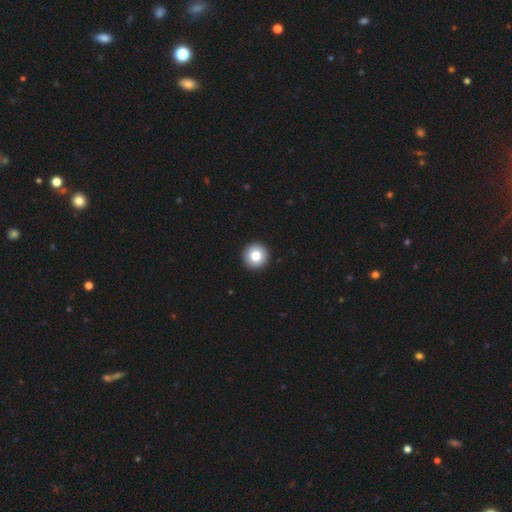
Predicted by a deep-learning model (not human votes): smooth 82%, featured or disk 10%, star or artifact 9%. Down the decision tree: how rounded — round (96%); merging — none (94%).